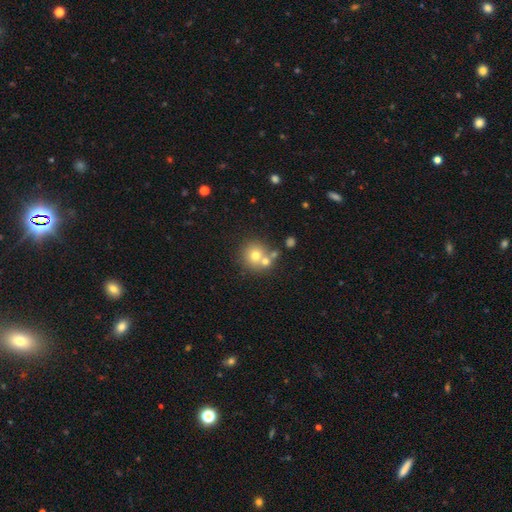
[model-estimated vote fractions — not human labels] Smooth or featured? smooth (68%)
How rounded? round (90%)
Merging? none (56%)